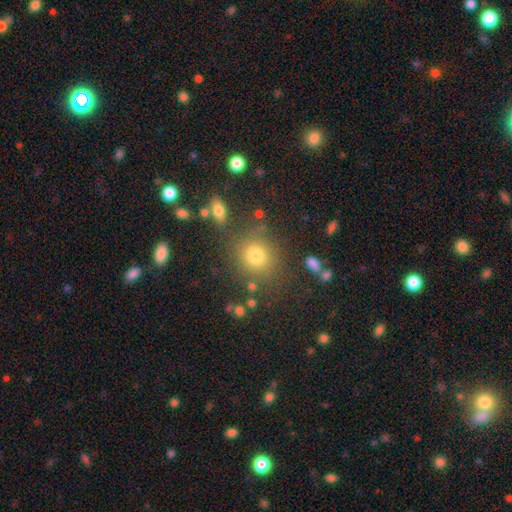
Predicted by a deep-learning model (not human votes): smooth_or_featured: smooth (p=0.72) [alt: star or artifact p=0.19]
how_rounded: round (p=0.84) [alt: in between p=0.15]
merging: none (p=0.79) [alt: minor disturbance p=0.10]